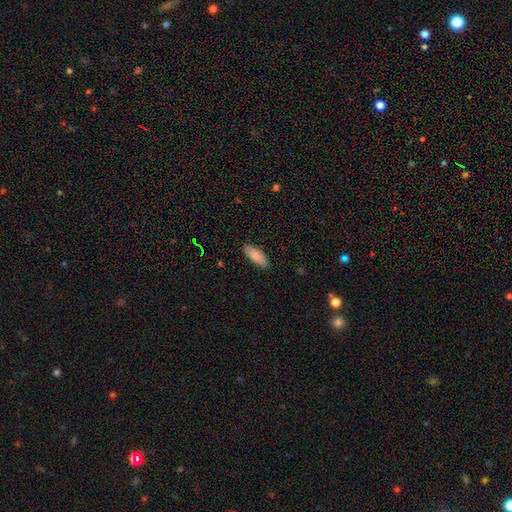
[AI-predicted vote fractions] Smooth or featured?
  - smooth: 84% *
  - featured or disk: 10%
  - star or artifact: 6%
How rounded?
  - in between: 71% *
  - cigar-shaped: 28%
  - round: 2%
Merging?
  - none: 87% *
  - minor disturbance: 10%
  - major disturbance: 2%
  - merger: 1%